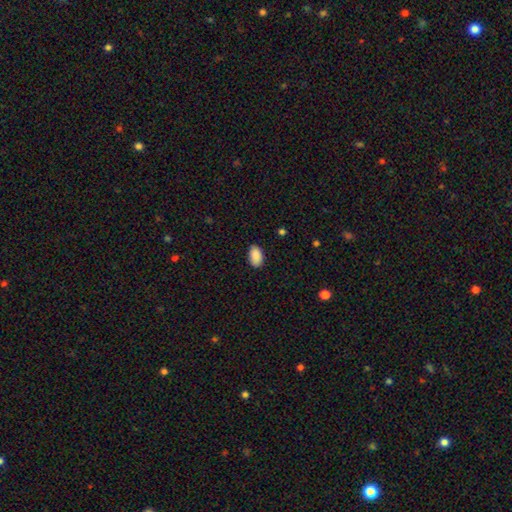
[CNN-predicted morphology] This is clearly a smooth galaxy (90%). How rounded: clearly in between (94%). Merging: clearly none (86%).